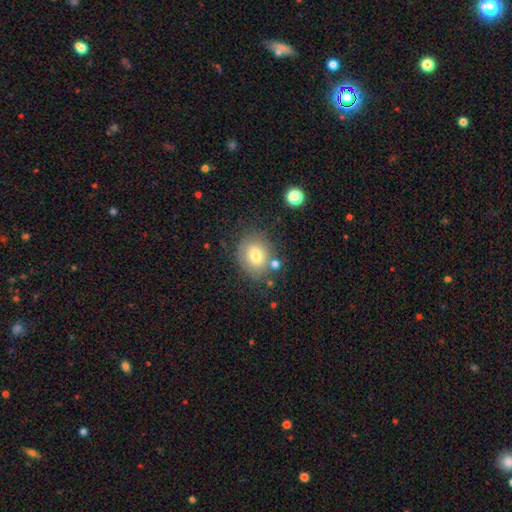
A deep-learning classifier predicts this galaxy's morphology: A smooth galaxy with no disk features (74%) that is round (65%).

Vote fractions:
- Smooth or featured? smooth: 74% / featured or disk: 16% / star or artifact: 10%
- How rounded? round: 65% / in between: 34% / cigar-shaped: 1%
- Merging? none: 72% / minor disturbance: 15% / merger: 8% / major disturbance: 5%